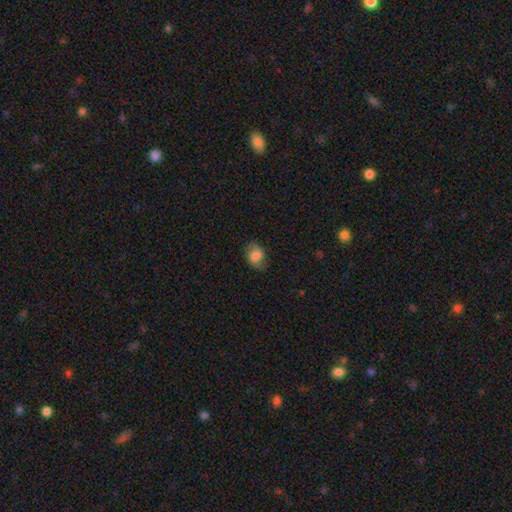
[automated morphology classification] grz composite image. It shows a smooth galaxy with no disk features (69%) that is in between round and cigar-shaped (65%). Merging: none (73%).